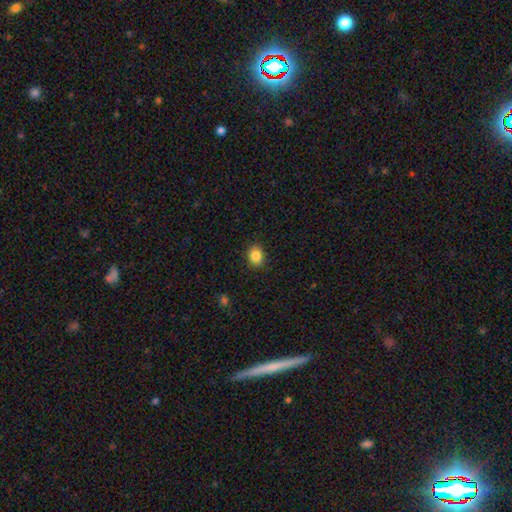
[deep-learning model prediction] This appears to be a smooth galaxy with no disk features (86%) that is round (55%). Merging: none (88%).